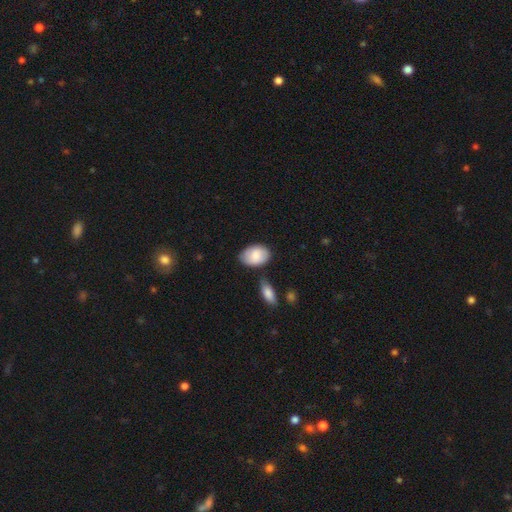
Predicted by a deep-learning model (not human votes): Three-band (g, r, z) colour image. It shows a smooth galaxy with no disk features (82%) that is in between round and cigar-shaped (88%). Merging: none (67%).